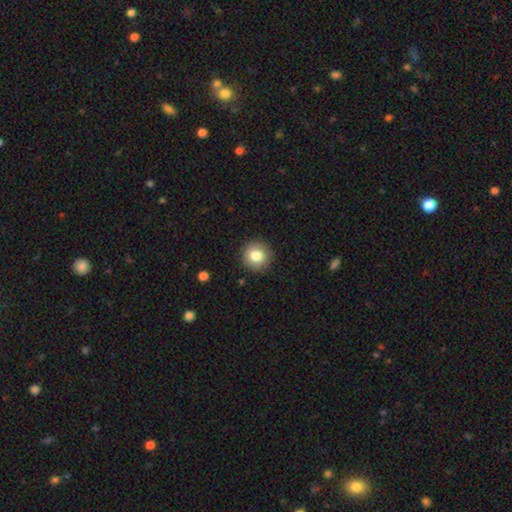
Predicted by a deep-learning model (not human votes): smooth 82%, star or artifact 10%, featured or disk 9%. Down the decision tree: how rounded — round (92%); merging — none (90%).